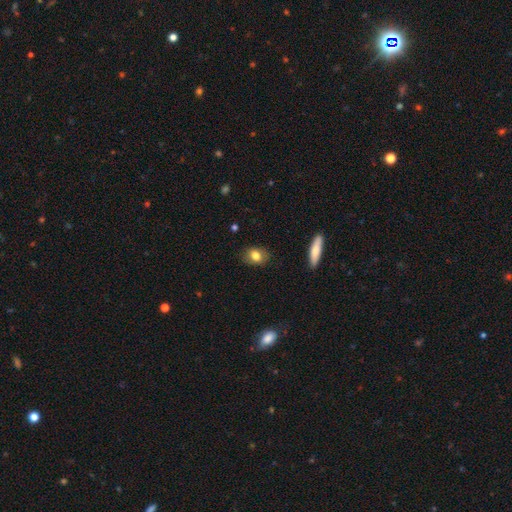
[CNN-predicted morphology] type=smooth (79%); roundness=in between (68%); merging=none (84%).